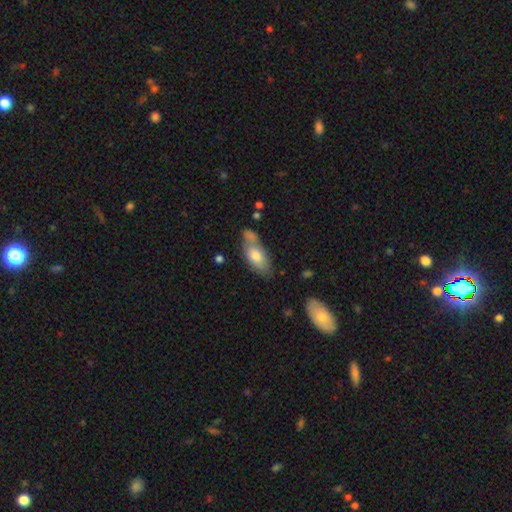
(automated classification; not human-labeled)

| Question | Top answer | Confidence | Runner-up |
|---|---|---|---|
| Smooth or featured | smooth | 70% | featured or disk (24%) |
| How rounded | in between | 82% | cigar-shaped (14%) |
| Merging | none | 56% | minor disturbance (21%) |